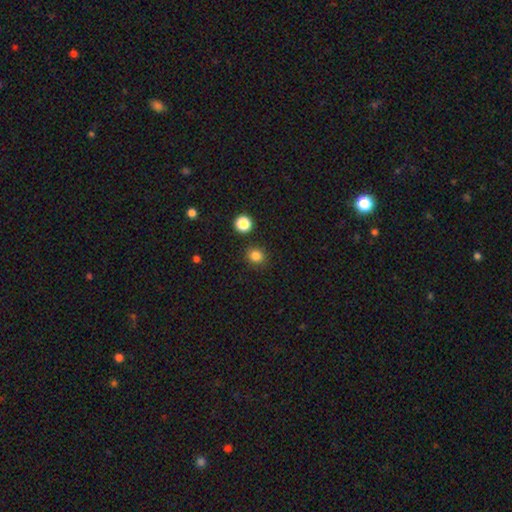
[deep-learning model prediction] This is clearly a smooth galaxy (84%). How rounded: clearly round (81%). Merging: clearly none (86%).